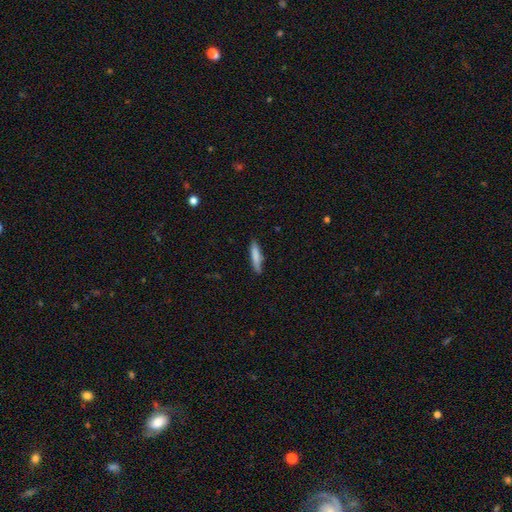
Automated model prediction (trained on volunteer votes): The model was most divided on "smooth or featured": smooth: 80%, featured or disk: 14%, star or artifact: 6%. More confident: how rounded — cigar-shaped (85%); merging — none (84%).